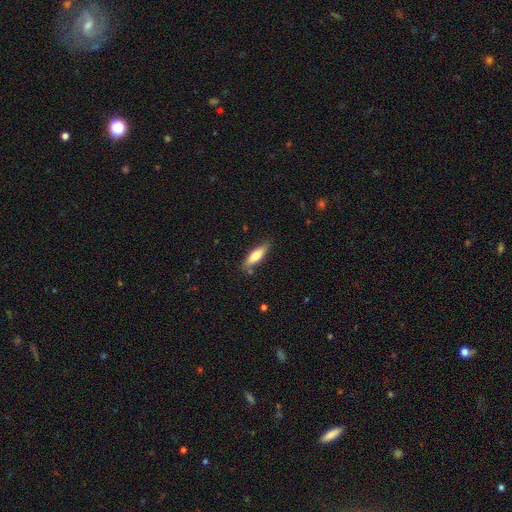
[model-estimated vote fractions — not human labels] Smooth or featured? Predicted: smooth (p=0.64). How rounded? Predicted: cigar-shaped (p=0.54). Merging? Predicted: none (p=0.81).